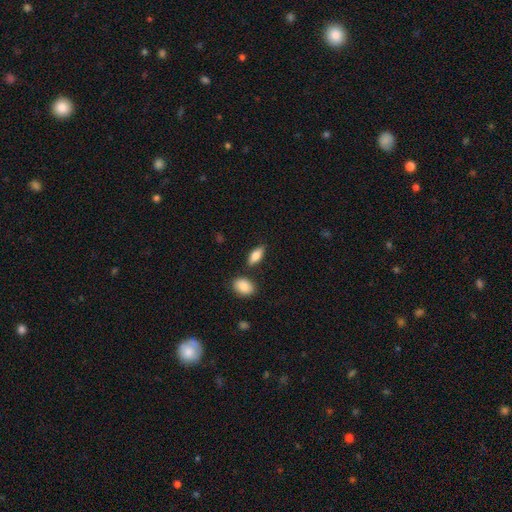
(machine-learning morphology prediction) This appears to be a smooth galaxy with no disk features (81%) that is in between round and cigar-shaped (83%). Merging: none (80%).